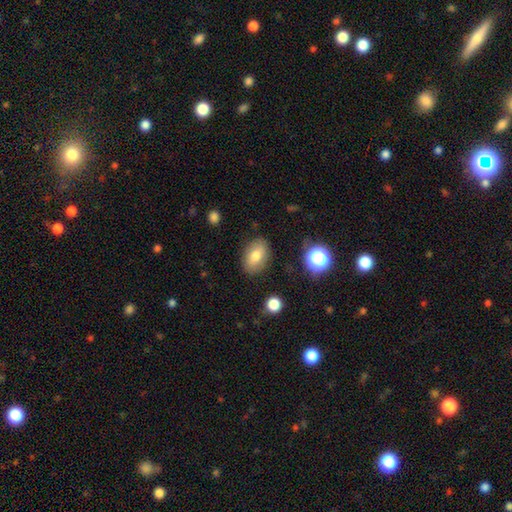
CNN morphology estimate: A smooth galaxy with no disk features (76%) that is in between round and cigar-shaped (87%).

Vote fractions:
- Smooth or featured? smooth: 76% / featured or disk: 15% / star or artifact: 9%
- How rounded? in between: 87% / round: 11% / cigar-shaped: 2%
- Merging? none: 83% / minor disturbance: 12% / major disturbance: 3% / merger: 2%